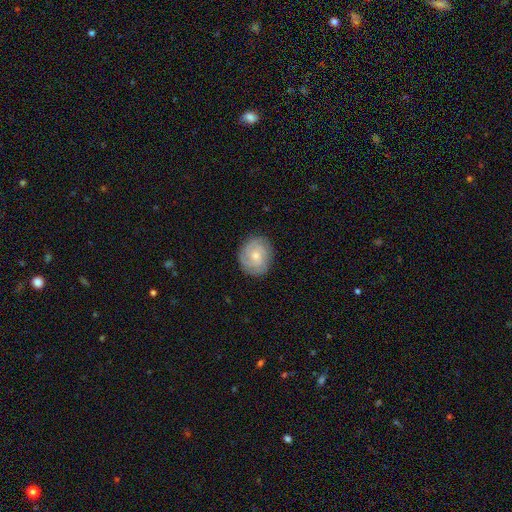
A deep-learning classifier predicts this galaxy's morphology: Smooth or featured? Predicted: featured or disk (p=0.65). Edge-on disk? Predicted: no (p=0.98). Bar? Predicted: no (p=0.71). Spiral arms? Predicted: yes (p=0.92). Spiral winding? Predicted: tight (p=0.67). Spiral arm count? Predicted: 2 (p=0.31). Bulge size? Predicted: small (p=0.54). Merging? Predicted: none (p=0.84).